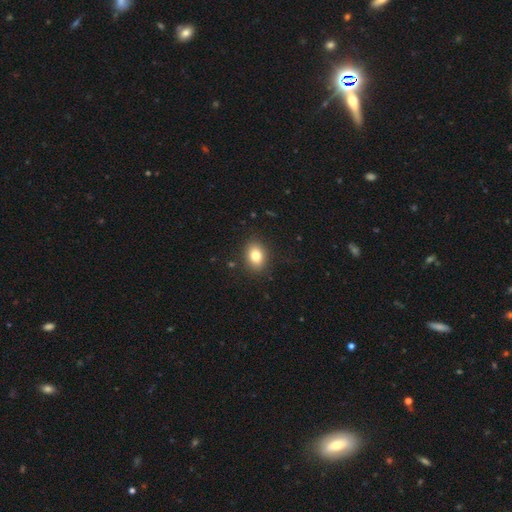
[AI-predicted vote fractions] Smooth or featured? smooth (81%)
How rounded? in between (68%)
Merging? none (88%)